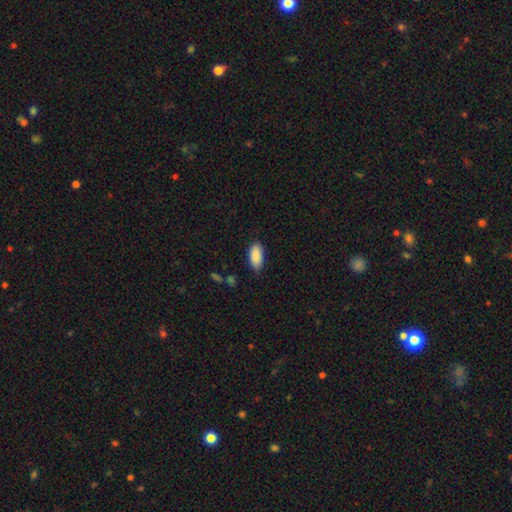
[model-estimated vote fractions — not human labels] The model was most divided on "merging": none: 84%, minor disturbance: 12%, major disturbance: 3%, merger: 1%. More confident: how rounded — in between (92%); smooth or featured — smooth (90%).